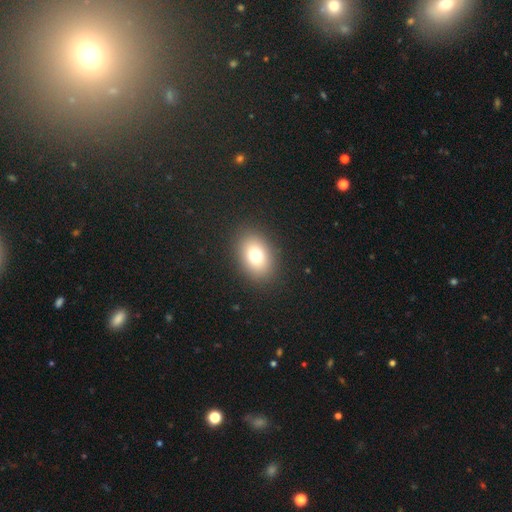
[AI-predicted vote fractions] Smooth or featured? Predicted: smooth (p=0.75). How rounded? Predicted: in between (p=0.70). Merging? Predicted: none (p=0.88).